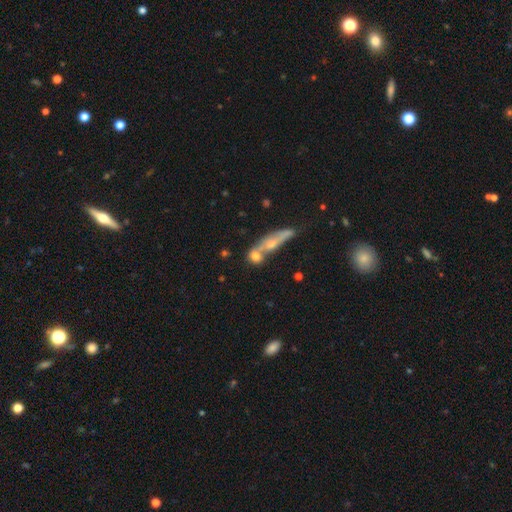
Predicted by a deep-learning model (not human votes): A featured or disk galaxy (42%). Merging: none (44%).